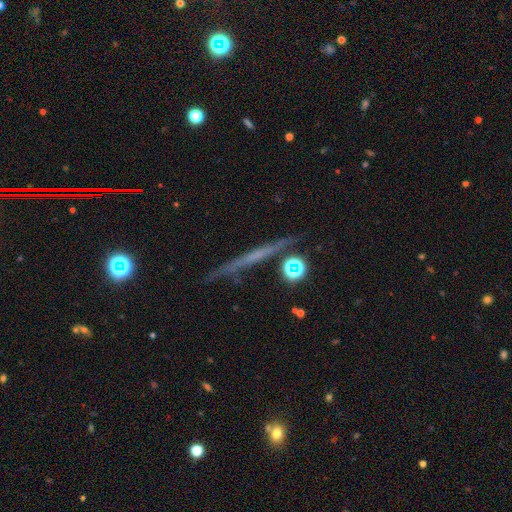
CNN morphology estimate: smooth-or-featured: featured or disk: 59% | smooth: 29% | star or artifact: 12%
  disk-edge-on: yes: 94% | no: 6%
    edge-on-bulge: none: 81% | rounded: 12% | boxy: 7%
  merging: none: 82% | minor disturbance: 11% | major disturbance: 4% | merger: 3%